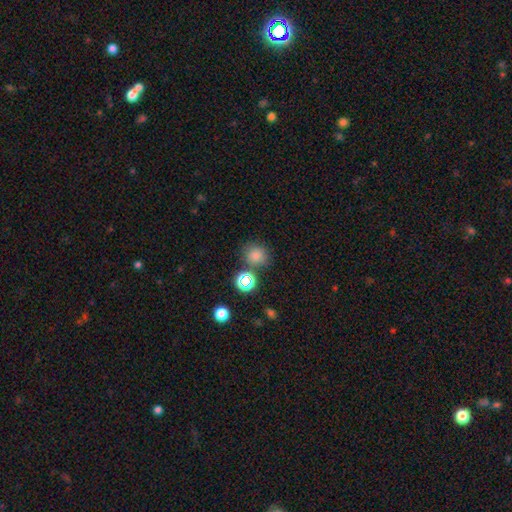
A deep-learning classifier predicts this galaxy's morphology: This is likely a smooth galaxy (76%). How rounded: clearly round (83%). Merging: likely none (74%).